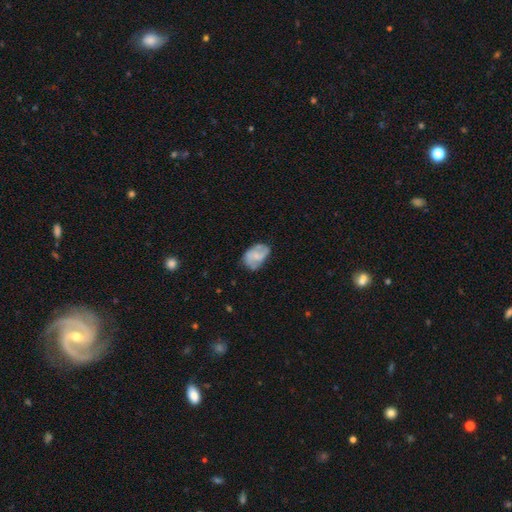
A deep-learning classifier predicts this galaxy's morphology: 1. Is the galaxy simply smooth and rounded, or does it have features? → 47% featured or disk, 45% smooth, 8% star or artifact.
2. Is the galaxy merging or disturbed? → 54% none, 30% minor disturbance, 13% major disturbance, 4% merger.